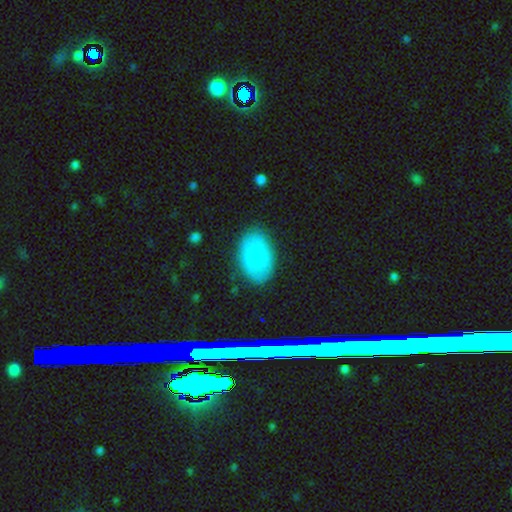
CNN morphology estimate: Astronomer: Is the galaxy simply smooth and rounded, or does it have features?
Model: smooth — 70%.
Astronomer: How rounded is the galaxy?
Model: in between — 93%.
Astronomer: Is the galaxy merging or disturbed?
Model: none — 82%.